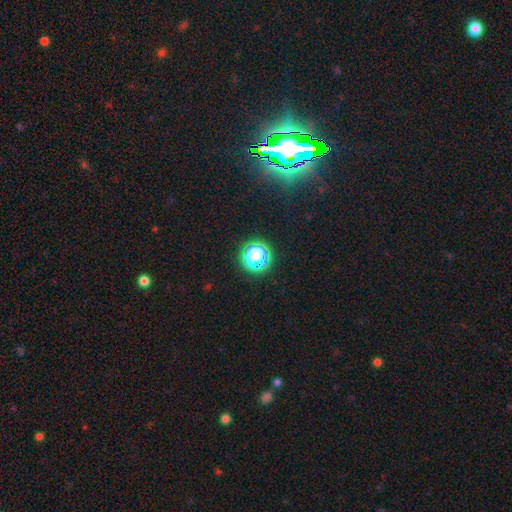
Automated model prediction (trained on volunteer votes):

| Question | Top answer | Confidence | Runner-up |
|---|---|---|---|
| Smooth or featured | star or artifact | 47% | smooth (44%) |